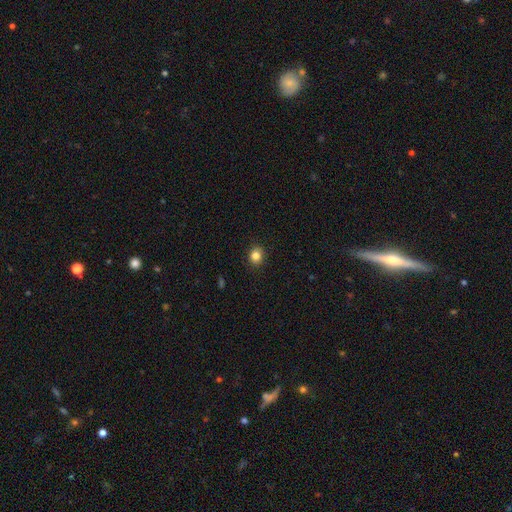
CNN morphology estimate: Smooth or featured? smooth (83%)
How rounded? round (72%)
Merging? none (90%)